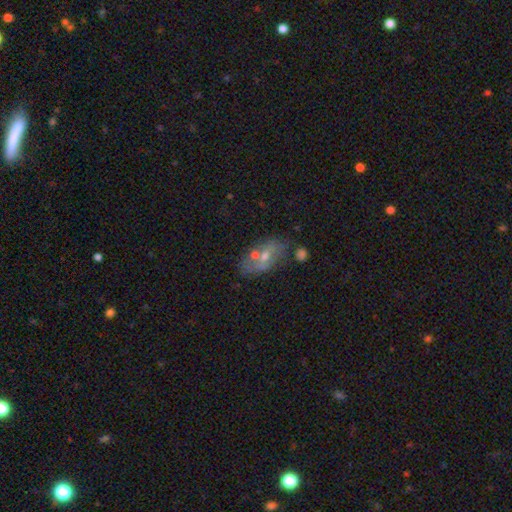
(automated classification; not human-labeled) smooth-or-featured: featured or disk: 47% | smooth: 43% | star or artifact: 10%
  merging: none: 55% | minor disturbance: 19% | merger: 18% | major disturbance: 8%